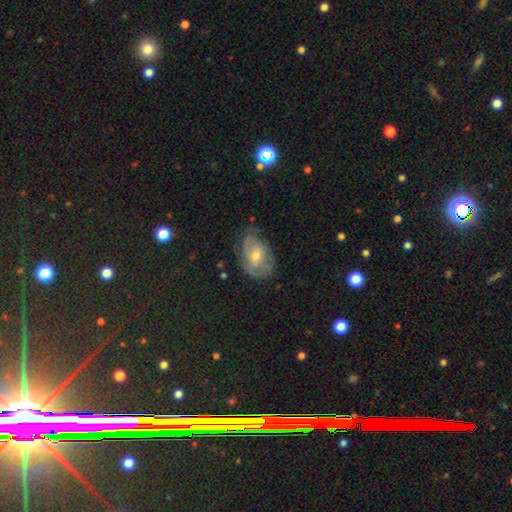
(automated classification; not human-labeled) A featured or disk galaxy (54%) with no bar (61%), spiral arms (63%) and a moderate central bulge (53%).

Vote fractions:
- Smooth or featured? featured or disk: 54% / smooth: 38% / star or artifact: 8%
- Edge-on disk? no: 95% / yes: 5%
- Bar? no: 61% / weak: 33% / strong: 6%
- Spiral arms? yes: 63% / no: 37%
- Bulge size? moderate: 53% / small: 41% / large: 3% / none: 2% / dominant: 1%
- Merging? none: 58% / minor disturbance: 29% / major disturbance: 12% / merger: 2%